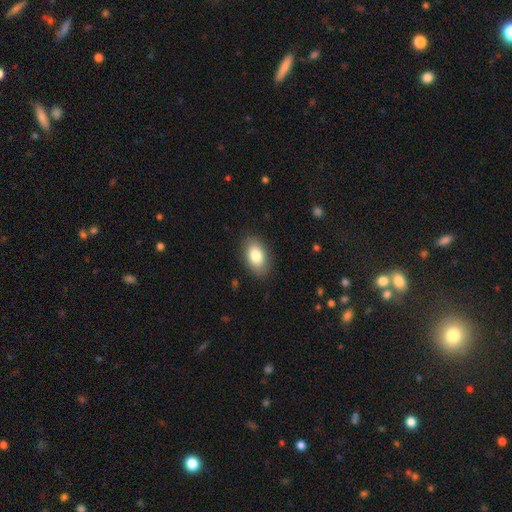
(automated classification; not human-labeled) A smooth galaxy with no disk features (81%) that is in between round and cigar-shaped (92%).

Vote fractions:
- Smooth or featured? smooth: 81% / featured or disk: 12% / star or artifact: 7%
- How rounded? in between: 92% / round: 7% / cigar-shaped: 2%
- Merging? none: 86% / minor disturbance: 10% / major disturbance: 3% / merger: 1%